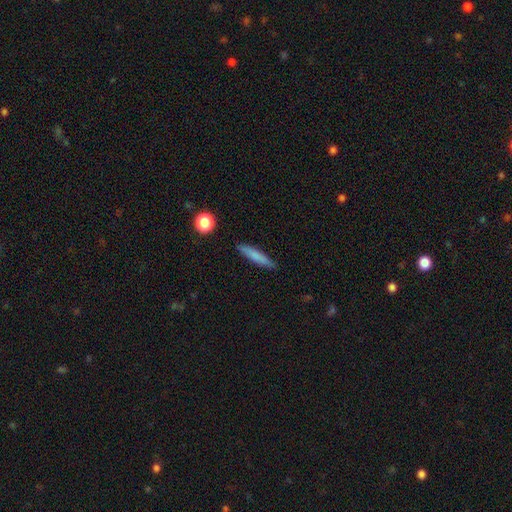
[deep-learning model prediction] Q: Smooth or featured?
A: smooth (76%); runner-up: featured or disk (17%)
Q: How rounded?
A: cigar-shaped (90%); runner-up: in between (9%)
Q: Merging?
A: none (88%); runner-up: minor disturbance (9%)